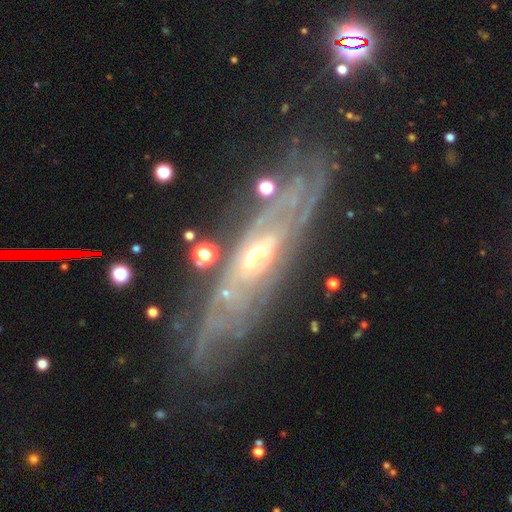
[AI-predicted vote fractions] Q: Smooth or featured?
A: featured or disk (83%); runner-up: smooth (9%)
Q: Edge-on disk?
A: no (73%); runner-up: yes (27%)
Q: Bar?
A: no (57%); runner-up: weak (30%)
Q: Spiral arms?
A: yes (83%); runner-up: no (17%)
Q: Spiral winding?
A: tight (61%); runner-up: medium (28%)
Q: Spiral arm count?
A: can't tell (53%); runner-up: 2 (21%)
Q: Bulge size?
A: moderate (53%); runner-up: small (35%)
Q: Merging?
A: none (64%); runner-up: minor disturbance (19%)